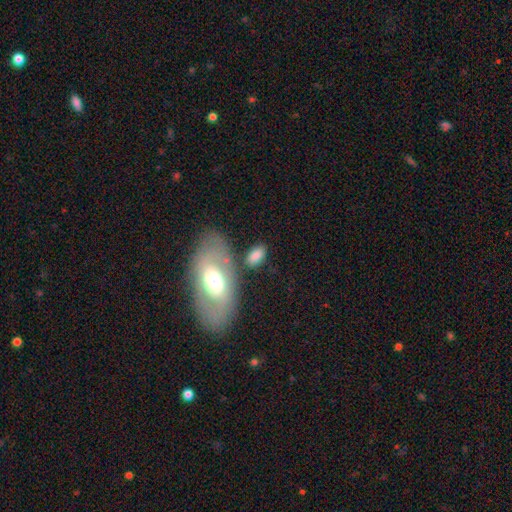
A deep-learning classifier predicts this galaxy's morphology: smooth-or-featured: smooth: 76% | featured or disk: 17% | star or artifact: 7%
  how-rounded: in between: 90% | round: 6% | cigar-shaped: 4%
  merging: none: 68% | minor disturbance: 14% | merger: 12% | major disturbance: 6%